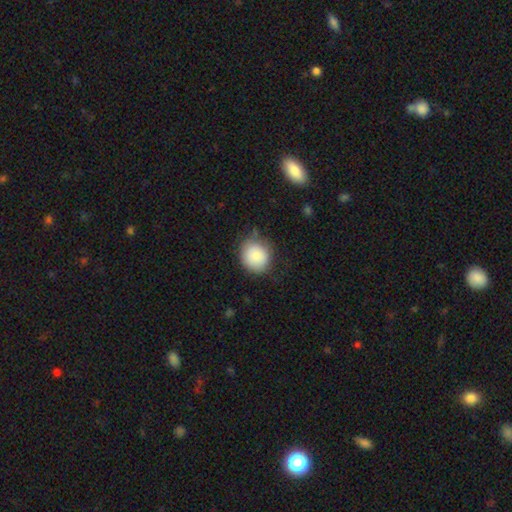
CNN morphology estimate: type=smooth (85%); roundness=round (84%); merging=none (73%).